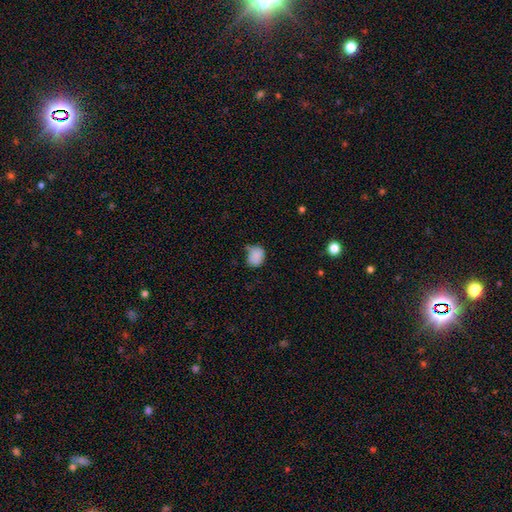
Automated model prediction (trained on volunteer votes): smooth_or_featured: smooth (p=0.85) [alt: star or artifact p=0.09]
how_rounded: round (p=0.55) [alt: in between p=0.44]
merging: none (p=0.60) [alt: minor disturbance p=0.28]